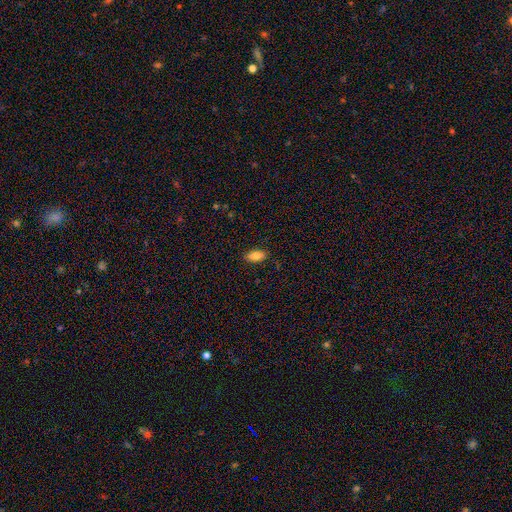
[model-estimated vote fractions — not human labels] This is clearly a smooth galaxy (85%). How rounded: clearly in between (91%). Merging: clearly none (88%).